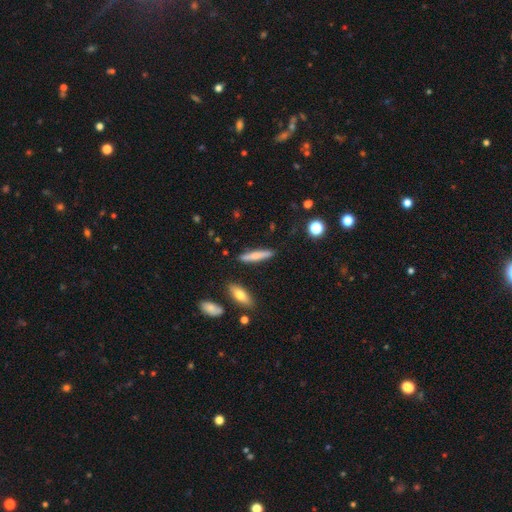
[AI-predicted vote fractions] Overall: smooth (70%). How rounded: cigar-shaped (89%). Merging: none (87%).